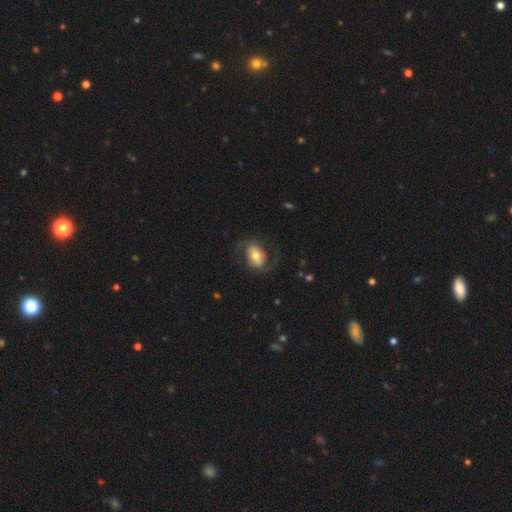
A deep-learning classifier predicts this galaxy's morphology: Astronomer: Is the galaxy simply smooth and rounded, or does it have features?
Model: featured or disk — 50% (runner-up: smooth, 44%).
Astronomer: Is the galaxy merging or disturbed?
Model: none — 64%.